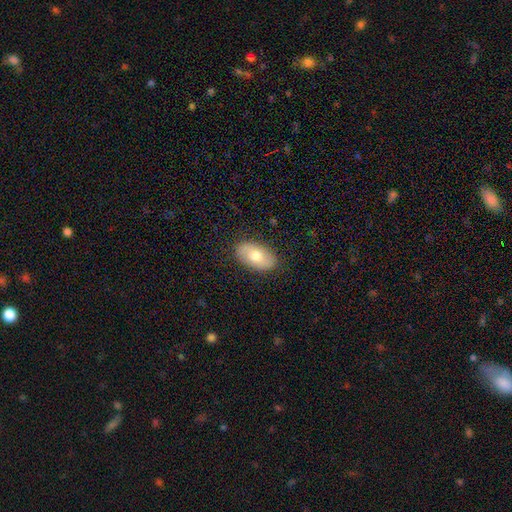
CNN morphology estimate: smooth-or-featured: smooth: 70% | featured or disk: 24% | star or artifact: 6%
  how-rounded: in between: 94% | round: 5% | cigar-shaped: 2%
  merging: none: 86% | minor disturbance: 11% | major disturbance: 2% | merger: 1%